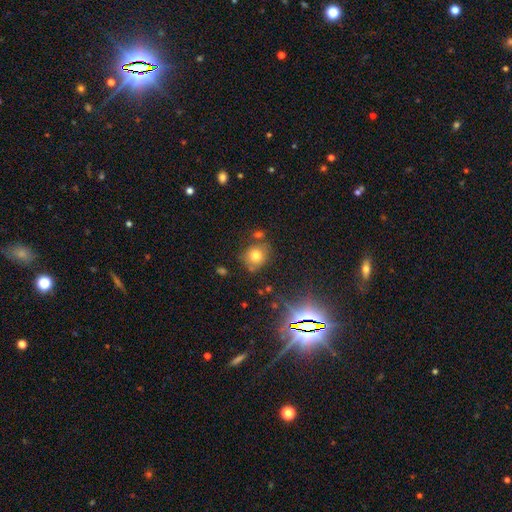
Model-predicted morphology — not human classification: Smooth or featured? smooth (73%)
How rounded? round (78%)
Merging? none (72%)